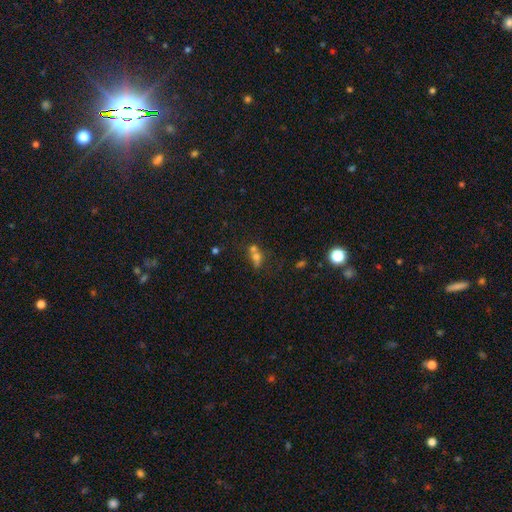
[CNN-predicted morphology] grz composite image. It shows a smooth galaxy with no disk features (61%) that is in between round and cigar-shaped (49%). Merging: merger (56%).